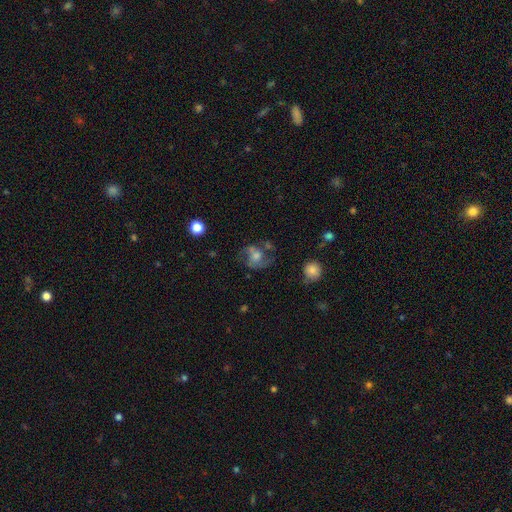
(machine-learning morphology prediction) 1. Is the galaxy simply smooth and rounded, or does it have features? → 52% featured or disk, 36% smooth, 12% star or artifact.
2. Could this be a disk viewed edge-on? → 97% no, 3% yes.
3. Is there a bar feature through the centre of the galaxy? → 70% no, 25% weak, 5% strong.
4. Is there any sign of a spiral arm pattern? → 71% yes, 29% no.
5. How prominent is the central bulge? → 48% moderate, 23% small, 17% large, 10% none, 2% dominant.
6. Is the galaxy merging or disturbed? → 46% none, 23% major disturbance, 20% minor disturbance, 11% merger.